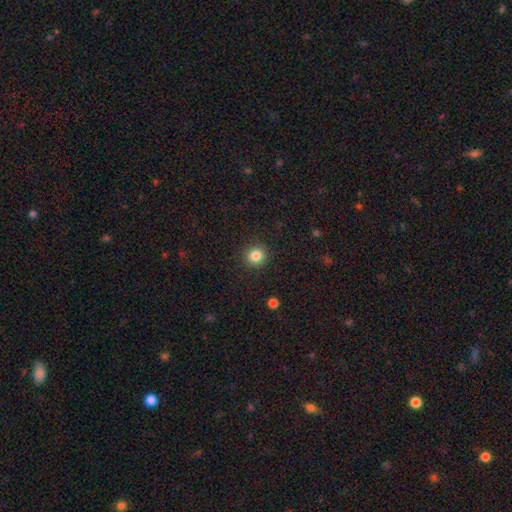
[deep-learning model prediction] This appears to be a smooth galaxy with no disk features (84%) that is round (92%). Merging: none (91%).